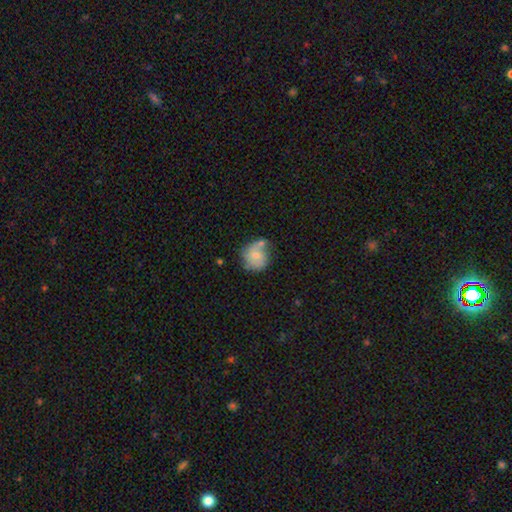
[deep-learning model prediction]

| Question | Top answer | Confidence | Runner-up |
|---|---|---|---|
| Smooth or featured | smooth | 59% | featured or disk (34%) |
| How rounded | round | 78% | in between (21%) |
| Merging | none | 44% | minor disturbance (26%) |